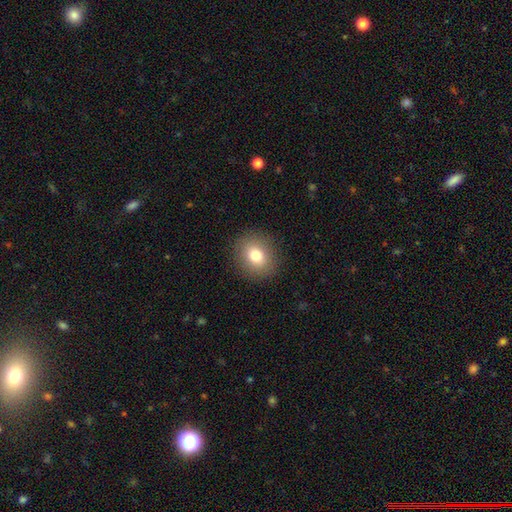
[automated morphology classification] This is likely a smooth galaxy (79%). How rounded: likely round (67%). Merging: clearly none (89%).